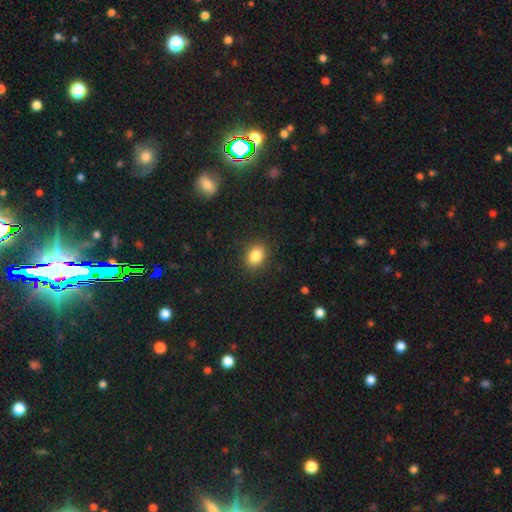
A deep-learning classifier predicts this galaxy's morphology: This is clearly a smooth galaxy (85%). How rounded: likely in between (64%). Merging: clearly none (87%).